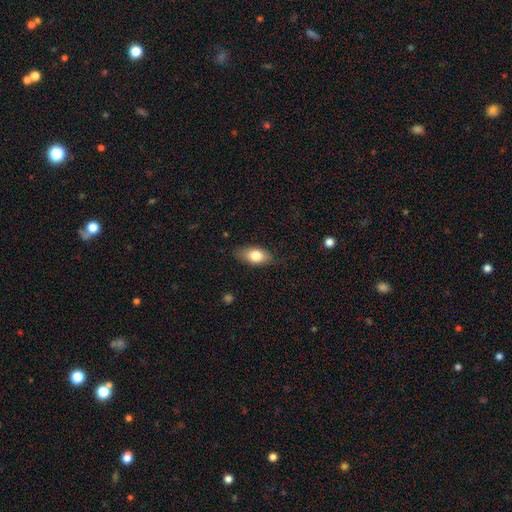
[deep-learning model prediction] Smooth or featured: smooth — 77% (featured or disk — 16%)
How rounded: in between — 86% (cigar-shaped — 7%)
Merging: none — 79% (minor disturbance — 16%)